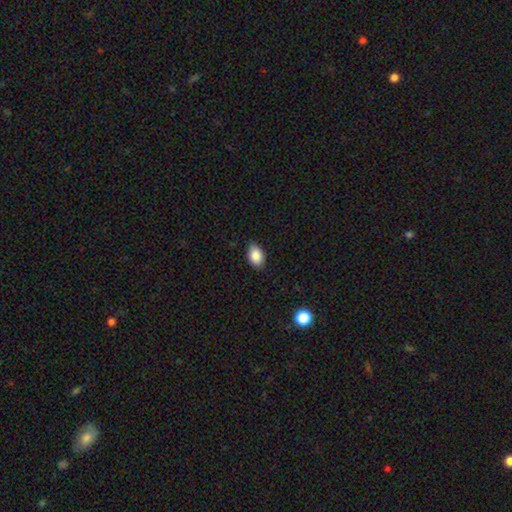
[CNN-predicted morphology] Smooth or featured? Predicted: smooth (p=0.88). How rounded? Predicted: in between (p=0.88). Merging? Predicted: none (p=0.83).